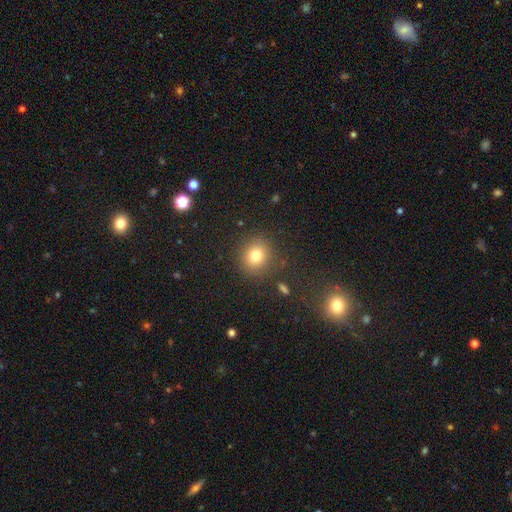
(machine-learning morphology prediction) A smooth galaxy with no disk features (79%) that is round (85%).

Vote fractions:
- Smooth or featured? smooth: 79% / star or artifact: 14% / featured or disk: 8%
- How rounded? round: 85% / in between: 14% / cigar-shaped: 1%
- Merging? none: 86% / minor disturbance: 8% / major disturbance: 4% / merger: 2%